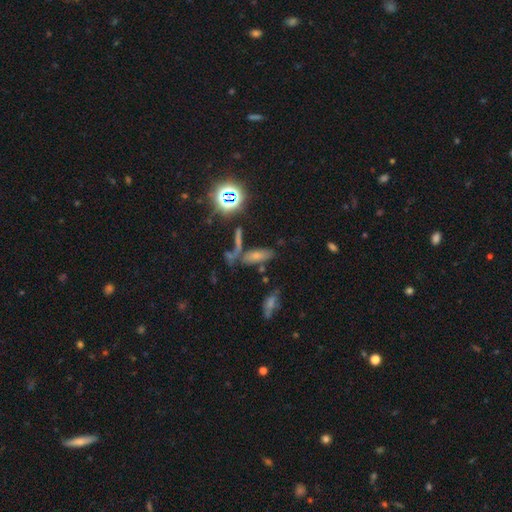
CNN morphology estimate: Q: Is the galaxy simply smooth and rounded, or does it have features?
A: star or artifact — 39%.